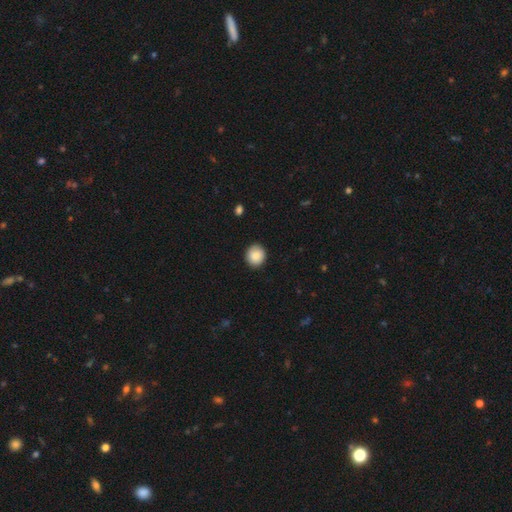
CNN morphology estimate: smooth-or-featured: smooth: 87% | star or artifact: 7% | featured or disk: 6%
  how-rounded: round: 84% | in between: 15% | cigar-shaped: 1%
  merging: none: 88% | minor disturbance: 9% | major disturbance: 2% | merger: 1%